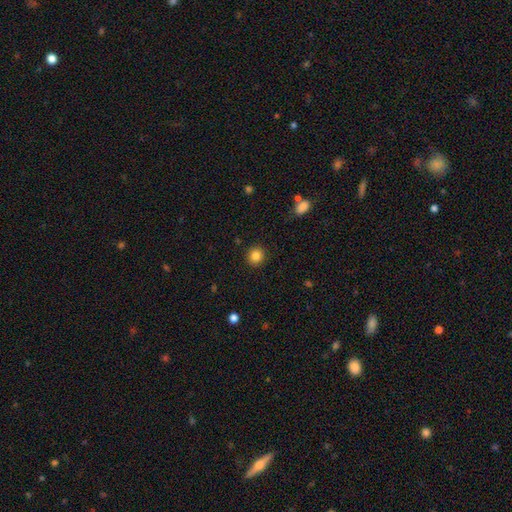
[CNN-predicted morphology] This appears to be a smooth galaxy with no disk features (84%) that is round (90%). Merging: none (90%).